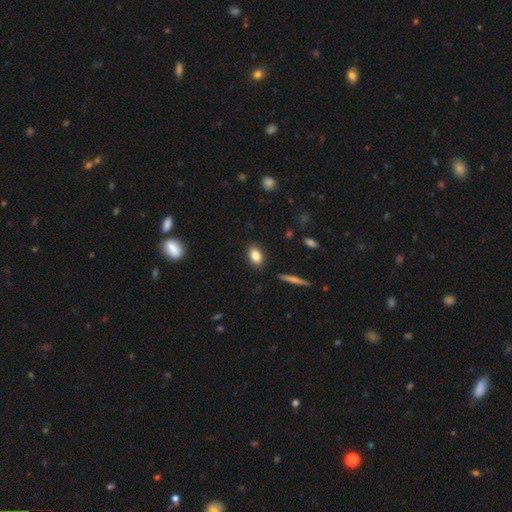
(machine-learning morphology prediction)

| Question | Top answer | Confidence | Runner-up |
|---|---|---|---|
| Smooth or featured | smooth | 83% | featured or disk (9%) |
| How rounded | in between | 84% | round (13%) |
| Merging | none | 88% | minor disturbance (9%) |